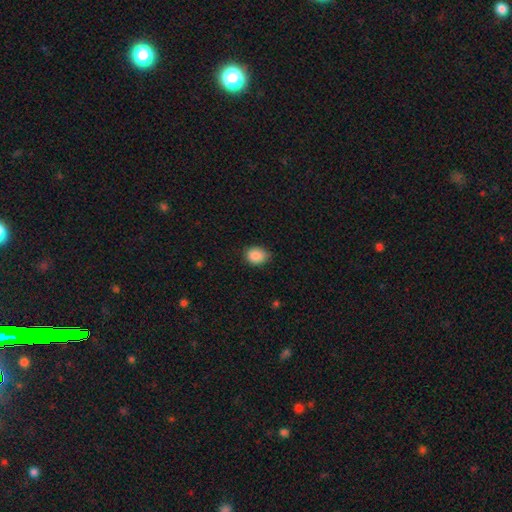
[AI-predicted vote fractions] This is clearly a smooth galaxy (88%). How rounded: possibly in between (51%). Merging: likely none (72%).